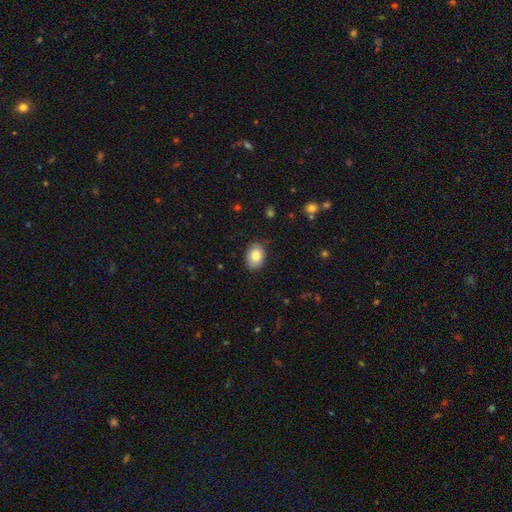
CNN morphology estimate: Smooth or featured? Predicted: smooth (p=0.84). How rounded? Predicted: in between (p=0.77). Merging? Predicted: none (p=0.85).